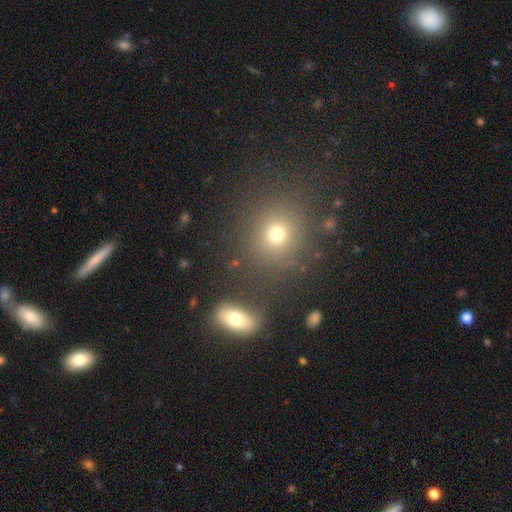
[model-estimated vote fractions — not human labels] Q: Smooth or featured?
A: smooth (58%); runner-up: star or artifact (28%)
Q: How rounded?
A: round (77%); runner-up: in between (21%)
Q: Merging?
A: none (77%); runner-up: merger (10%)